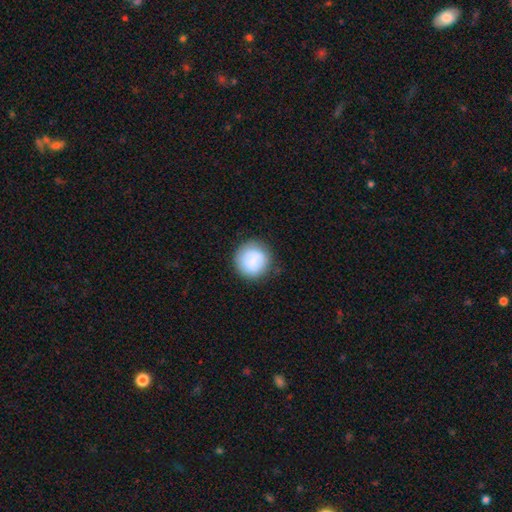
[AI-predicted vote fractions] This appears to be a smooth galaxy with no disk features (80%) that is round (92%). Merging: none (82%).